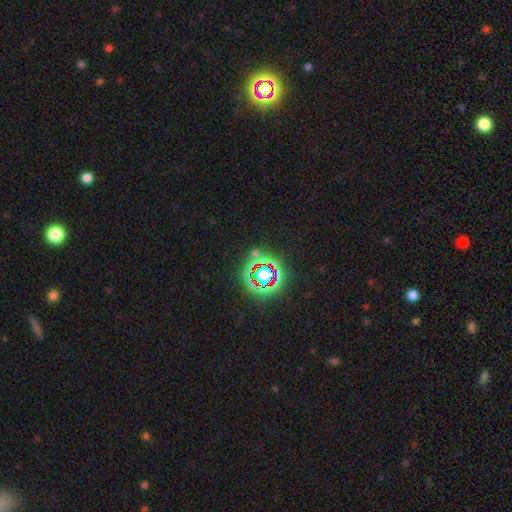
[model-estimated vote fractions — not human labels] Smooth or featured: star or artifact — 77% (smooth — 14%)